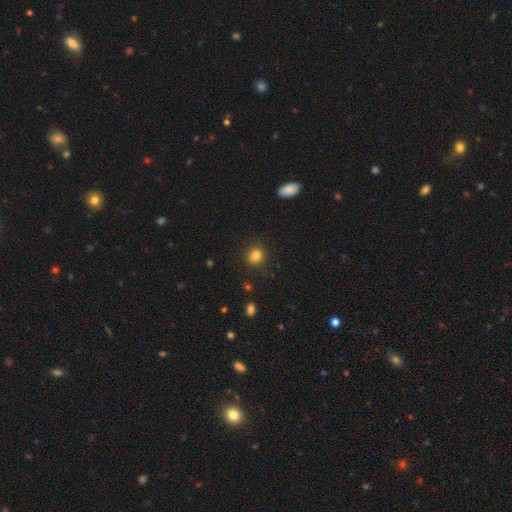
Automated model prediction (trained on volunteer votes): Overall: smooth (83%). How rounded: round (80%). Merging: none (87%).